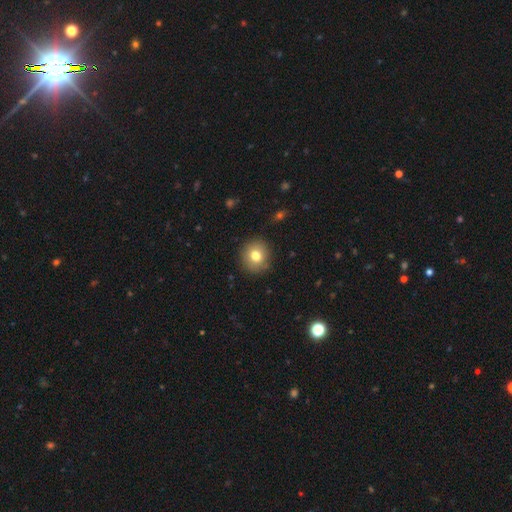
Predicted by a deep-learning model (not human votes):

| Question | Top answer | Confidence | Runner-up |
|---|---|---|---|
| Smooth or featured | smooth | 78% | featured or disk (12%) |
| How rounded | round | 90% | in between (9%) |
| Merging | none | 90% | minor disturbance (7%) |